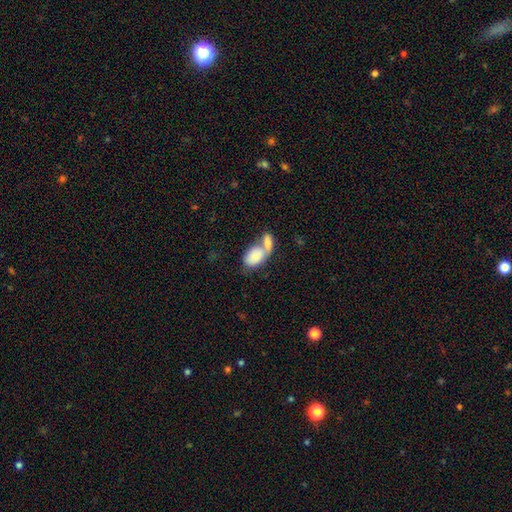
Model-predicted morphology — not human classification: Overall: smooth (78%). How rounded: in between (91%). Merging: merger (66%).